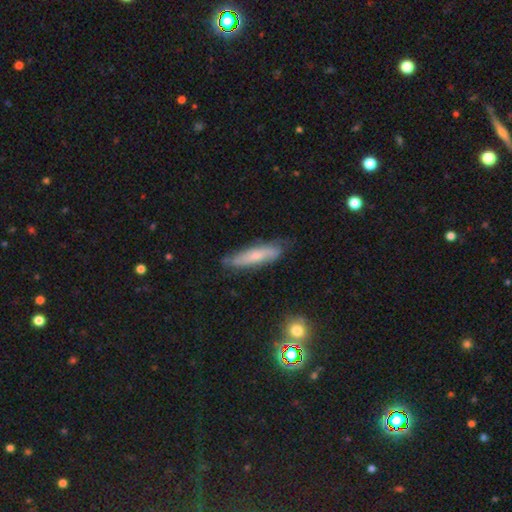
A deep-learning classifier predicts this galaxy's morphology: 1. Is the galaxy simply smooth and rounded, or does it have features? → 53% smooth, 39% featured or disk, 7% star or artifact.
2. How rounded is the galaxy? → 74% cigar-shaped, 24% in between, 2% round.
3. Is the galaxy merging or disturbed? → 71% none, 22% minor disturbance, 5% major disturbance, 2% merger.